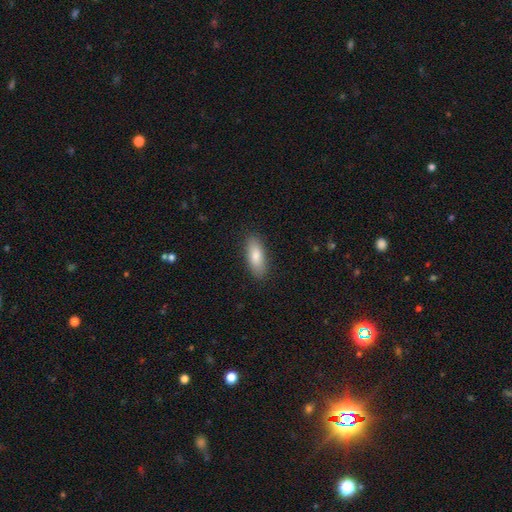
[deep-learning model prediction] This appears to be a smooth galaxy with no disk features (81%) that is in between round and cigar-shaped (73%). Merging: none (89%).